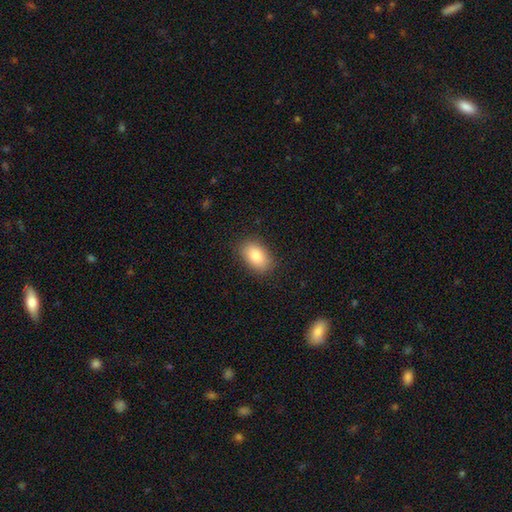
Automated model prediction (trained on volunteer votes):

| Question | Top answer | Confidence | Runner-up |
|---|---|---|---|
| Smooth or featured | smooth | 86% | star or artifact (7%) |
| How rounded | in between | 90% | round (9%) |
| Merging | none | 86% | minor disturbance (10%) |